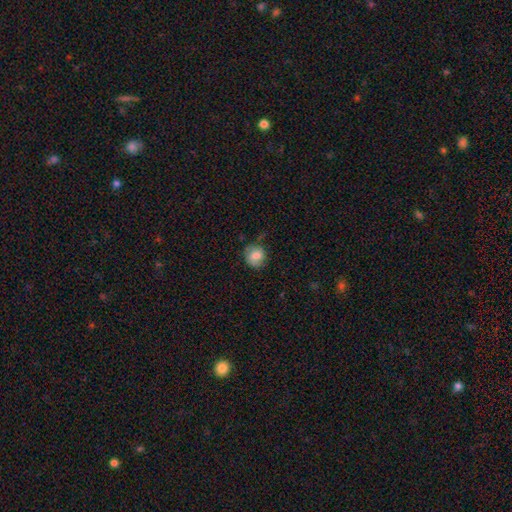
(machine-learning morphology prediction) This appears to be a smooth galaxy with no disk features (72%) that is round (79%). Merging: none (67%).